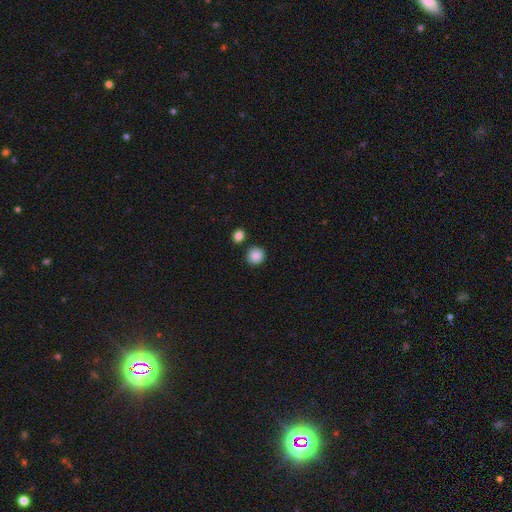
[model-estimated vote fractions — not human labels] Smooth or featured?
  - smooth: 89% *
  - star or artifact: 8%
  - featured or disk: 3%
How rounded?
  - round: 88% *
  - in between: 11%
  - cigar-shaped: 1%
Merging?
  - none: 84% *
  - minor disturbance: 8%
  - merger: 6%
  - major disturbance: 2%